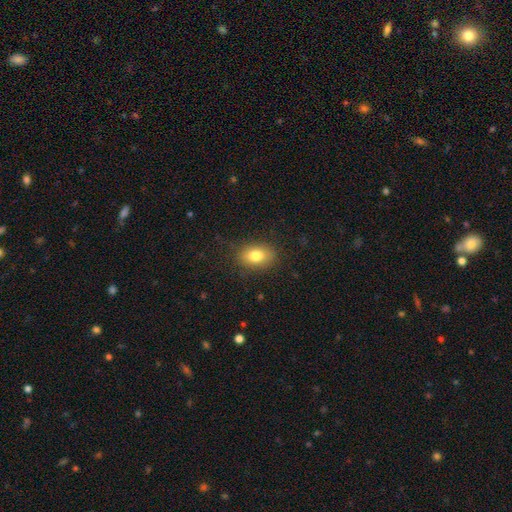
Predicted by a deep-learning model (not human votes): Q: Smooth or featured?
A: smooth (80%); runner-up: featured or disk (10%)
Q: How rounded?
A: in between (80%); runner-up: round (19%)
Q: Merging?
A: none (84%); runner-up: minor disturbance (11%)